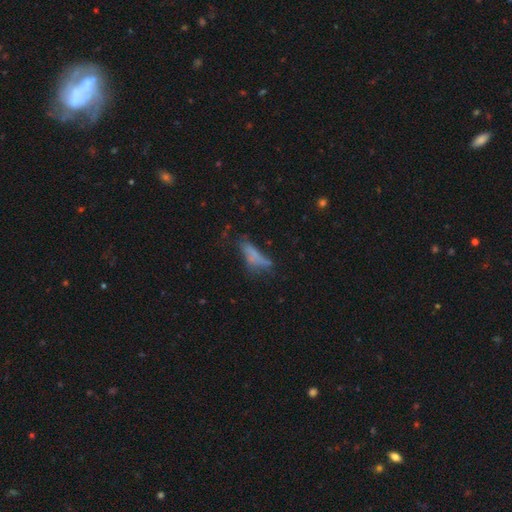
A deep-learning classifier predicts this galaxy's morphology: Smooth or featured: smooth — 53% (featured or disk — 29%)
How rounded: cigar-shaped — 53% (in between — 44%)
Merging: none — 38% (major disturbance — 29%)